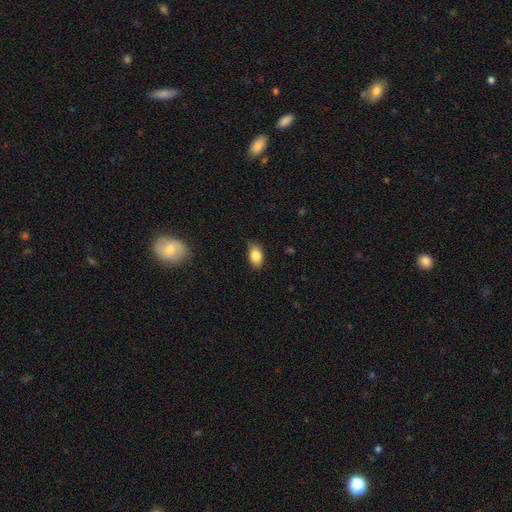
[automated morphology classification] Smooth or featured? smooth (84%)
How rounded? in between (86%)
Merging? none (76%)